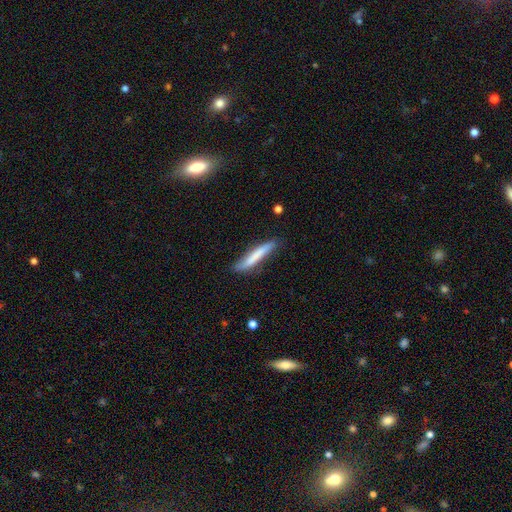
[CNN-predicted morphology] smooth-or-featured: smooth: 72% | featured or disk: 23% | star or artifact: 6%
  how-rounded: cigar-shaped: 93% | in between: 6% | round: 1%
  merging: none: 76% | minor disturbance: 18% | major disturbance: 3% | merger: 2%